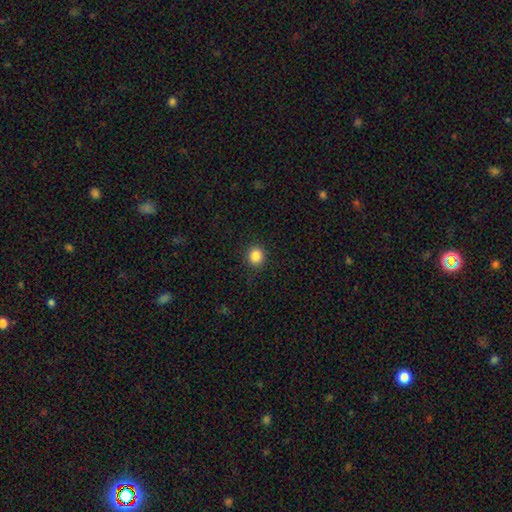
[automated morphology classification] The model was most divided on "how rounded": round: 87%, in between: 12%, cigar-shaped: 1%. More confident: merging — none (90%); smooth or featured — smooth (86%).